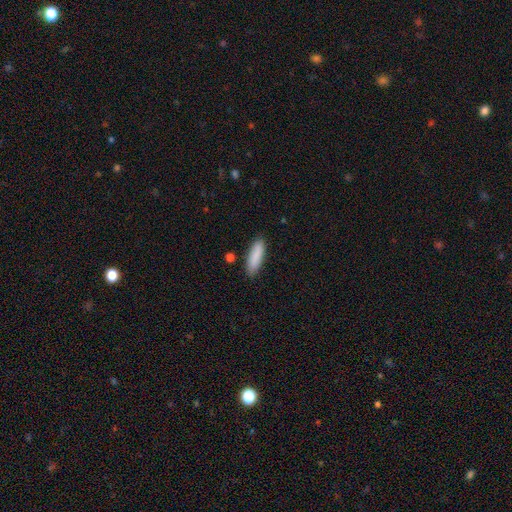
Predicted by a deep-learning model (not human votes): smooth 88%, featured or disk 6%, star or artifact 6%. Down the decision tree: how rounded — cigar-shaped (55%); merging — none (85%).